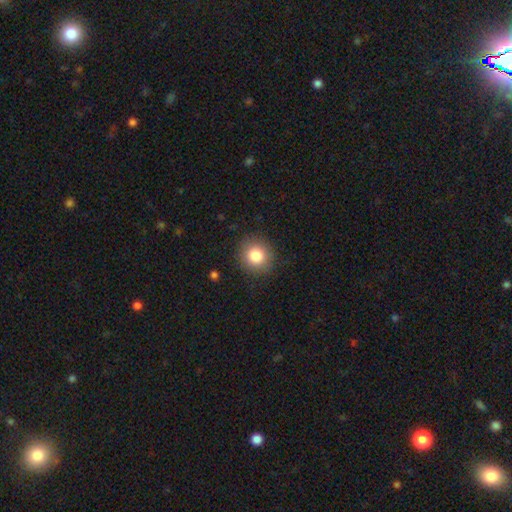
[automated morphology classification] The model was most divided on "smooth or featured": smooth: 83%, star or artifact: 10%, featured or disk: 7%. More confident: how rounded — round (90%); merging — none (89%).